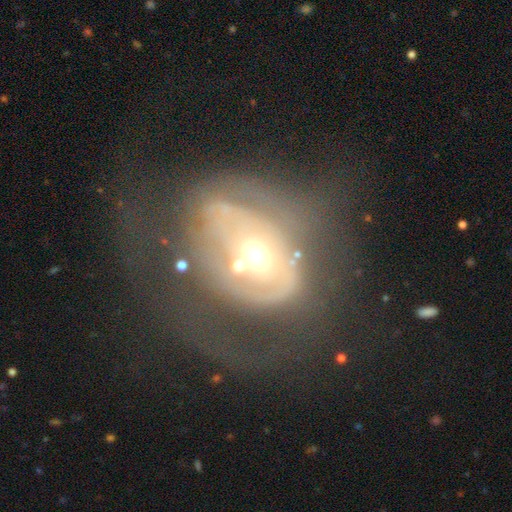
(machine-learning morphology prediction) The model was most divided on "spiral arms": yes: 51%, no: 49%. Remaining: edge-on disk — no (96%); bar — no (74%); smooth or featured — featured or disk (71%); bulge size — moderate (60%); merging — major disturbance (47%).